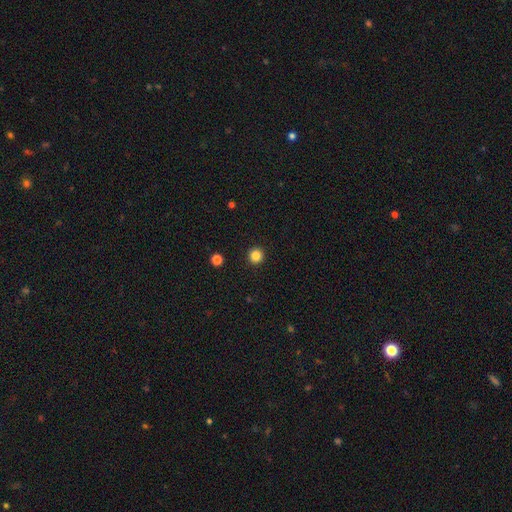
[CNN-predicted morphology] This is clearly a smooth galaxy (85%). How rounded: clearly round (95%). Merging: clearly none (93%).